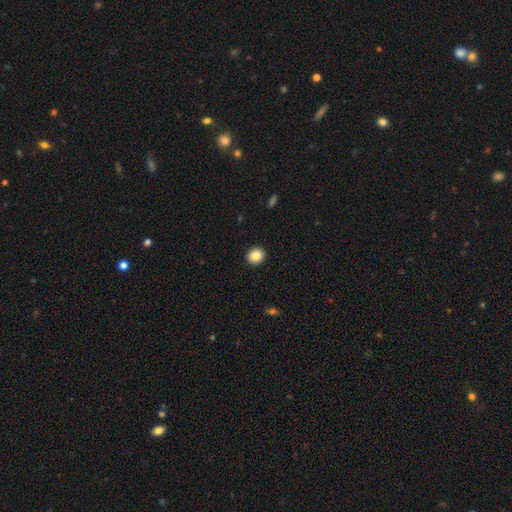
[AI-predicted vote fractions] Smooth or featured: smooth — 86% (star or artifact — 9%)
How rounded: round — 84% (in between — 16%)
Merging: none — 93% (minor disturbance — 5%)